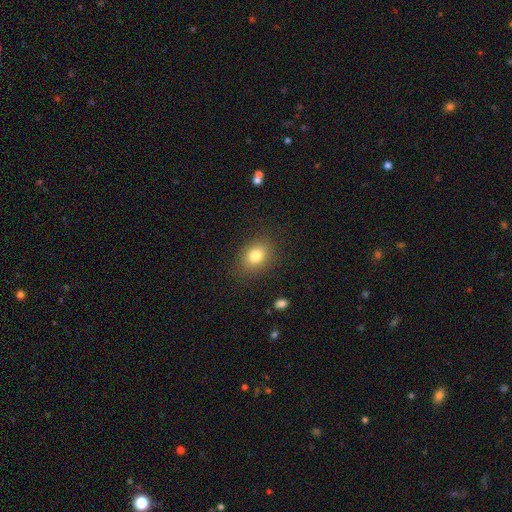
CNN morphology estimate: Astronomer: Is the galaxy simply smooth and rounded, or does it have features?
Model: smooth — 80%.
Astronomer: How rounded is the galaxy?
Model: in between — 55% (runner-up: round, 44%).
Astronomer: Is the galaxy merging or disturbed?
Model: none — 84%.